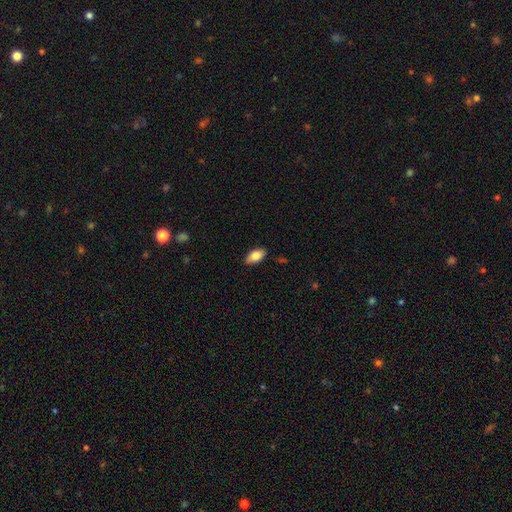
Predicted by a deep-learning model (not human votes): Overall: smooth (81%). How rounded: in between (91%). Merging: none (86%).